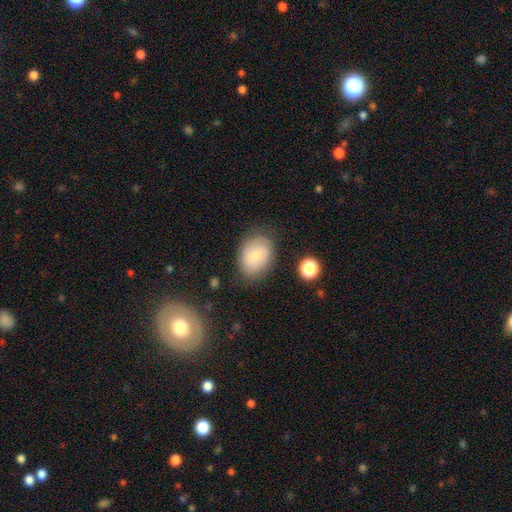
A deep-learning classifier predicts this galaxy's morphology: Smooth or featured? smooth (73%)
How rounded? in between (73%)
Merging? none (77%)